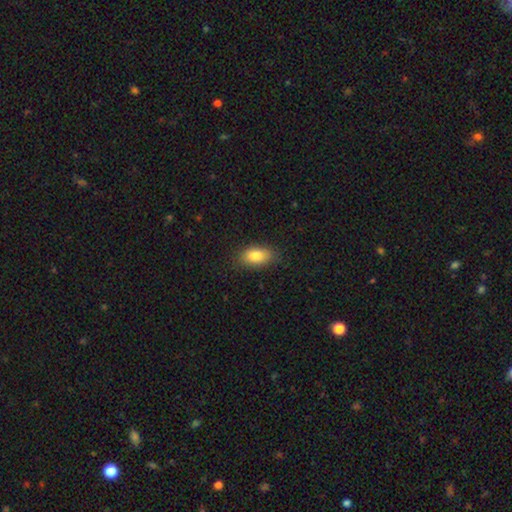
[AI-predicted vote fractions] Smooth or featured: smooth — 83% (featured or disk — 9%)
How rounded: in between — 89% (round — 6%)
Merging: none — 84% (minor disturbance — 12%)